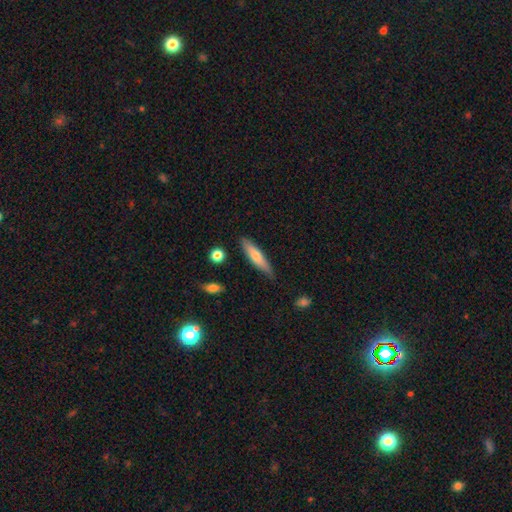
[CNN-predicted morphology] type=smooth (64%); roundness=cigar-shaped (79%); merging=none (77%).